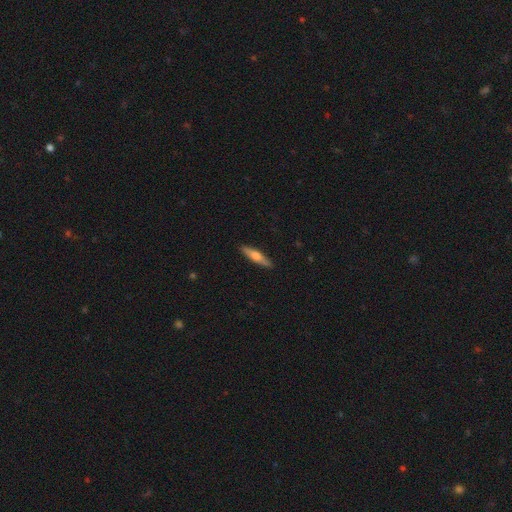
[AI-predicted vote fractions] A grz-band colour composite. It shows a smooth galaxy with no disk features (51%) that is cigar-shaped (83%). Merging: none (90%).